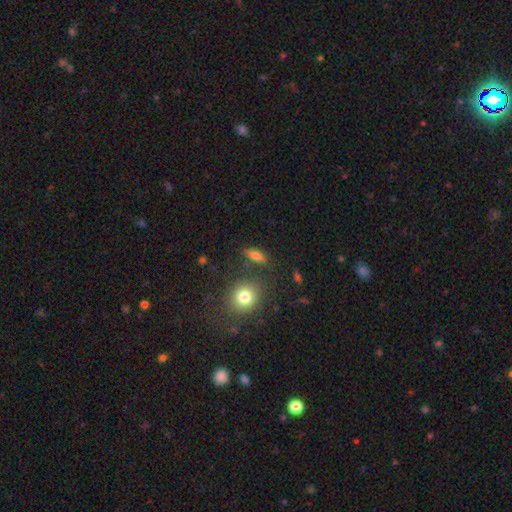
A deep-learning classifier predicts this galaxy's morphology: Smooth or featured: smooth — 69% (featured or disk — 20%)
How rounded: in between — 54% (cigar-shaped — 34%)
Merging: none — 81% (minor disturbance — 11%)